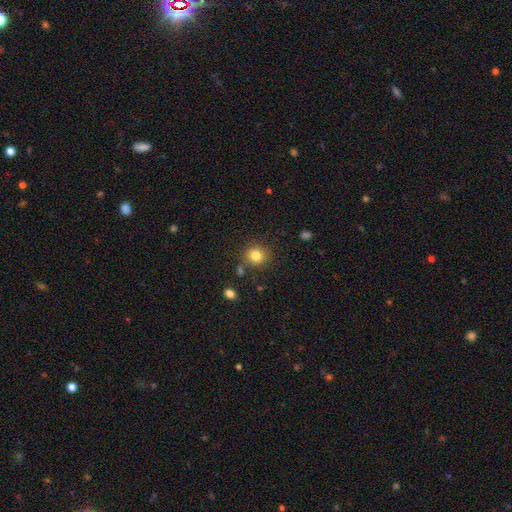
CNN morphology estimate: Overall: smooth (81%). How rounded: round (84%). Merging: none (80%).